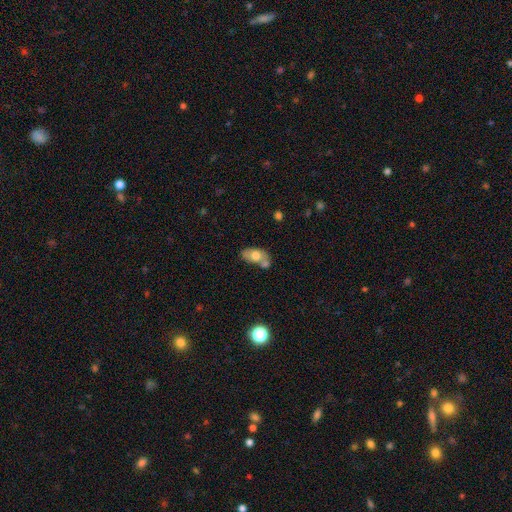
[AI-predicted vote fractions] Morphology: type=smooth (65%); roundness=in between (89%); merging=none (40%).